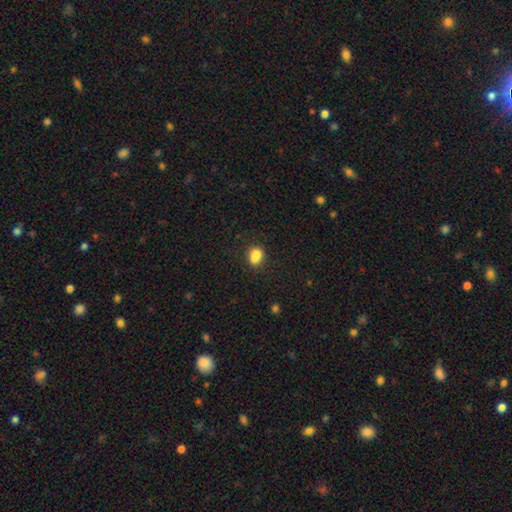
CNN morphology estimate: smooth_or_featured: smooth (p=0.81) [alt: star or artifact p=0.11]
how_rounded: in between (p=0.59) [alt: round p=0.39]
merging: none (p=0.55) [alt: merger p=0.23]